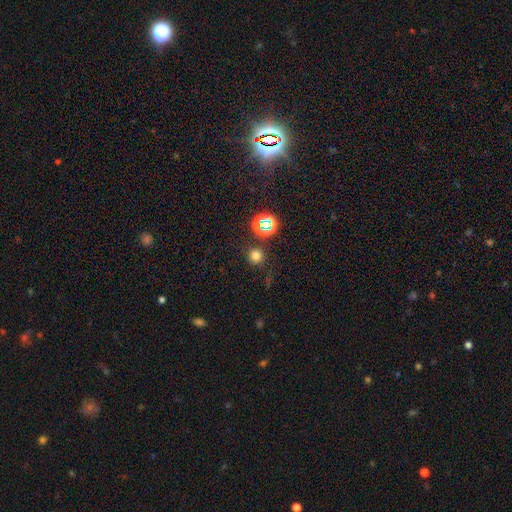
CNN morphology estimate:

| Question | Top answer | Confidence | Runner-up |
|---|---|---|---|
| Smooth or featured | smooth | 69% | star or artifact (24%) |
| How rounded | round | 93% | in between (6%) |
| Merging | none | 82% | minor disturbance (10%) |